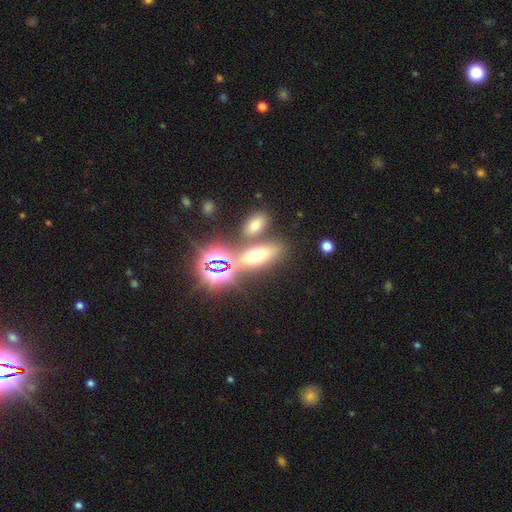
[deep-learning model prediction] A smooth galaxy with no disk features (53%) that is in between round and cigar-shaped (63%).

Vote fractions:
- Smooth or featured? smooth: 53% / star or artifact: 28% / featured or disk: 19%
- How rounded? in between: 63% / cigar-shaped: 24% / round: 13%
- Merging? none: 63% / merger: 21% / minor disturbance: 10% / major disturbance: 5%